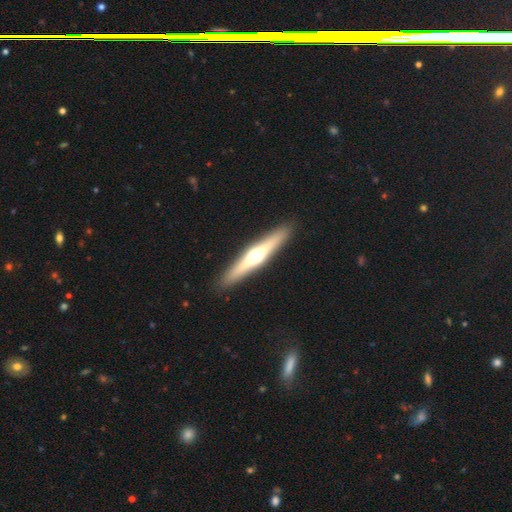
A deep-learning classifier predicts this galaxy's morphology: Q: Smooth or featured?
A: featured or disk (63%); runner-up: smooth (32%)
Q: Edge-on disk?
A: yes (96%); runner-up: no (4%)
Q: Edge-on bulge?
A: rounded (94%); runner-up: none (4%)
Q: Merging?
A: none (91%); runner-up: minor disturbance (6%)